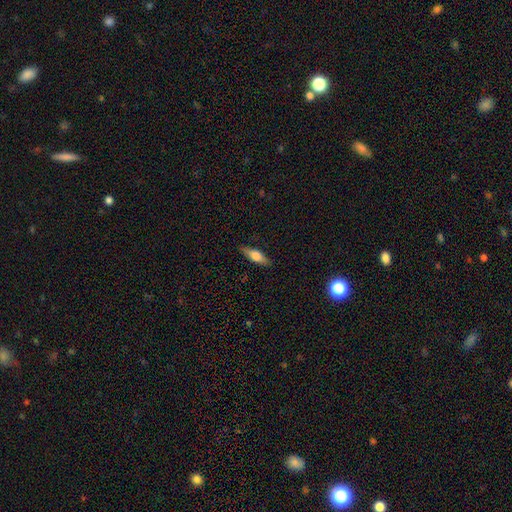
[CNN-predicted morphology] The model was most divided on "how rounded": in between: 54%, cigar-shaped: 43%, round: 3%. More confident: merging — none (87%); smooth or featured — smooth (63%).